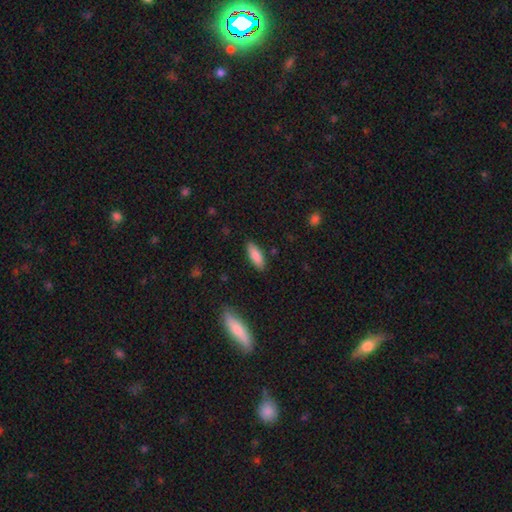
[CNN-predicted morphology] This appears to be a smooth galaxy with no disk features (86%) that is in between round and cigar-shaped (64%). Merging: none (86%).